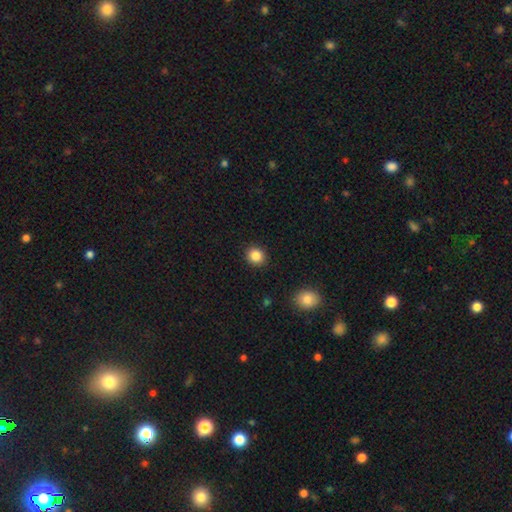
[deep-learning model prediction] smooth-or-featured: smooth: 86% | star or artifact: 10% | featured or disk: 4%
  how-rounded: round: 84% | in between: 15% | cigar-shaped: 1%
  merging: none: 91% | minor disturbance: 6% | major disturbance: 2% | merger: 1%